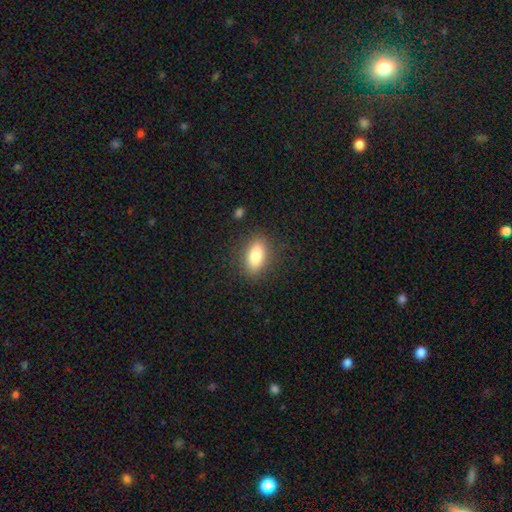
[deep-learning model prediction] smooth_or_featured: smooth (p=0.82) [alt: featured or disk p=0.11]
how_rounded: in between (p=0.84) [alt: cigar-shaped p=0.11]
merging: none (p=0.86) [alt: minor disturbance p=0.10]